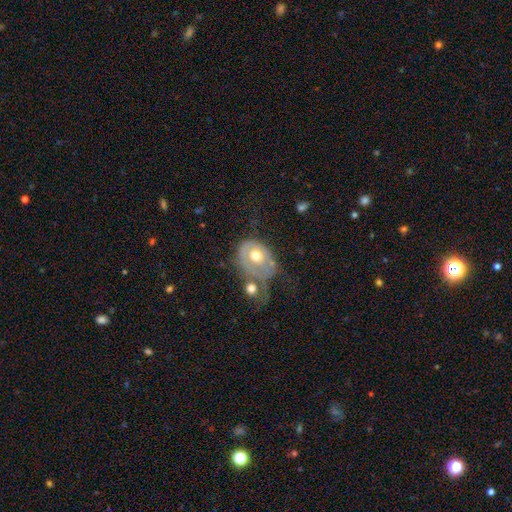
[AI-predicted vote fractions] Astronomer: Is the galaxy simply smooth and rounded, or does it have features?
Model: featured or disk — 52% (runner-up: smooth, 41%).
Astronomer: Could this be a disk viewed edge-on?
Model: no — 95%.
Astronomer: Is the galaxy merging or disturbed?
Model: none — 29% (runner-up: merger, 26%).